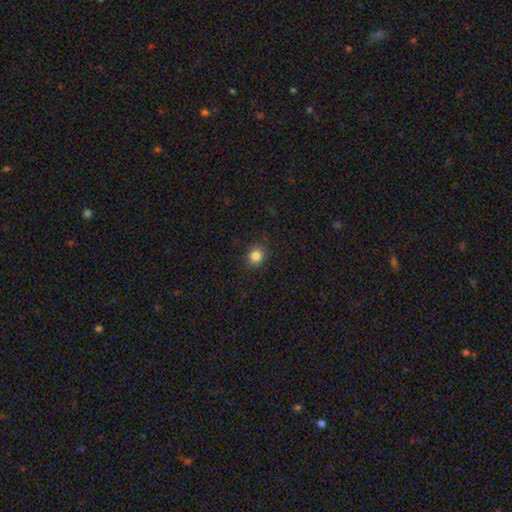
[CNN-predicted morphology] A smooth galaxy with no disk features (83%) that is round (83%). Merging: none (90%).